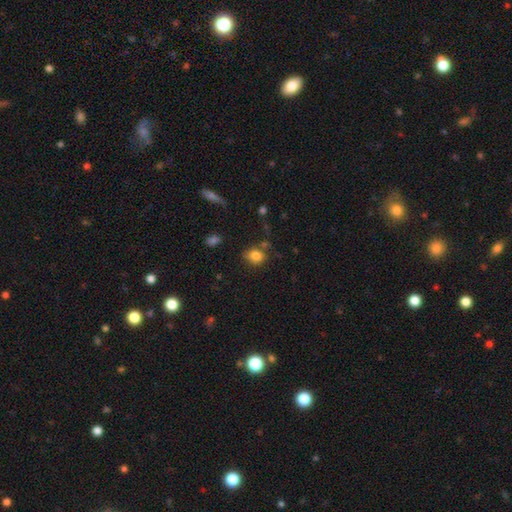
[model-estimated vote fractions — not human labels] A smooth galaxy with no disk features (82%) that is round (53%). Merging: none (65%).